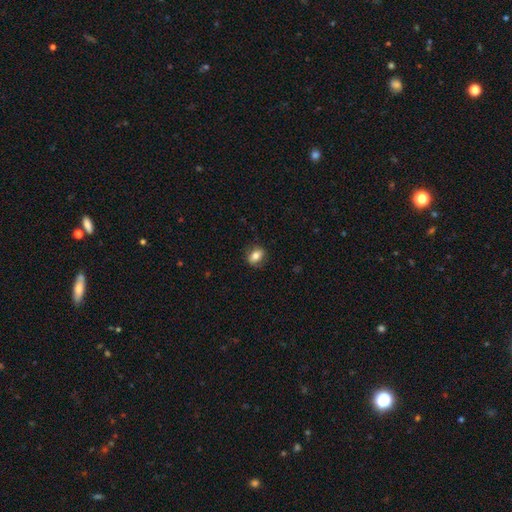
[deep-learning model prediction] A smooth galaxy with no disk features (77%) that is in between round and cigar-shaped (72%).

Vote fractions:
- Smooth or featured? smooth: 77% / featured or disk: 15% / star or artifact: 9%
- How rounded? in between: 72% / round: 24% / cigar-shaped: 3%
- Merging? none: 83% / minor disturbance: 13% / major disturbance: 3% / merger: 1%